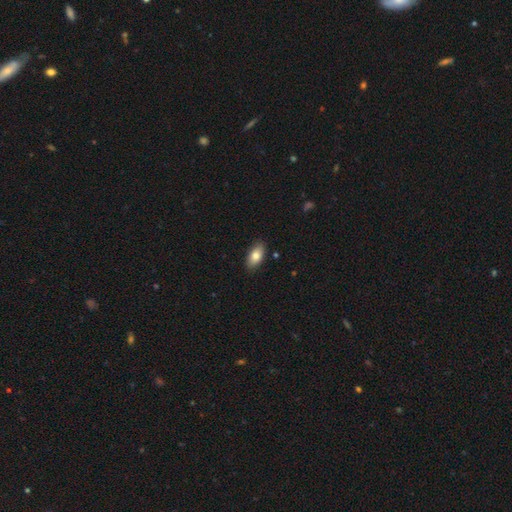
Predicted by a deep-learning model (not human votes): A smooth galaxy with no disk features (81%) that is in between round and cigar-shaped (91%). Merging: none (87%).